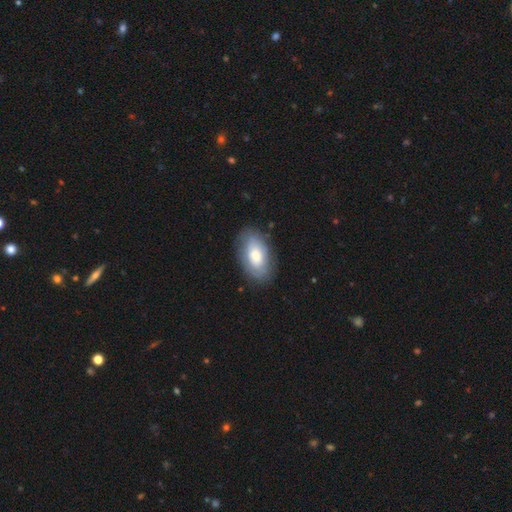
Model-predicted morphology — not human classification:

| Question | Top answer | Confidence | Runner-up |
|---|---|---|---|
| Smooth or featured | smooth | 65% | featured or disk (29%) |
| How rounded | in between | 93% | round (5%) |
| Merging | none | 78% | minor disturbance (16%) |